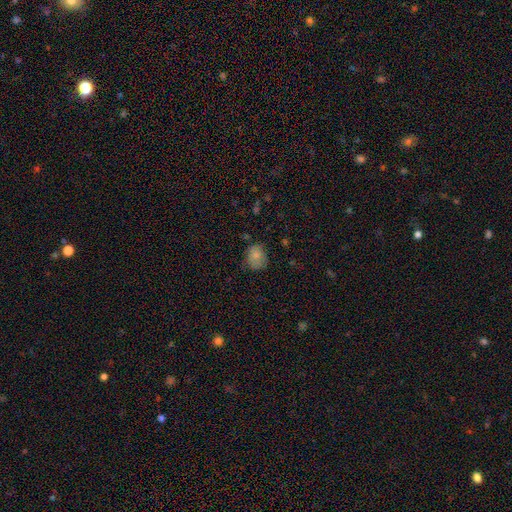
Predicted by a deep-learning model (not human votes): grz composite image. It shows a smooth galaxy with no disk features (80%) that is round (55%). Merging: none (63%).